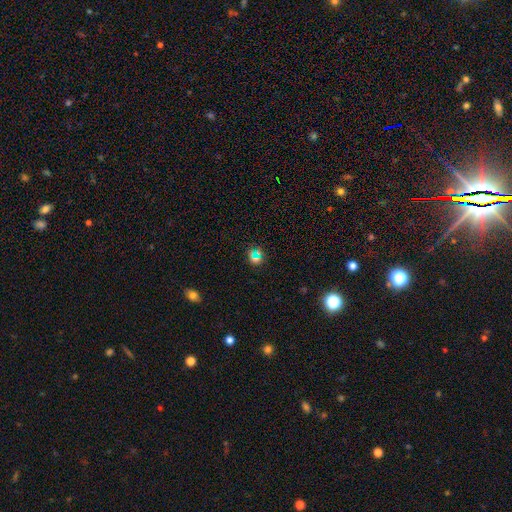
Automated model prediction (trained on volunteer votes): A star or artifact, not a galaxy (46%).

Vote fractions:
- Smooth or featured? star or artifact: 46% / smooth: 42% / featured or disk: 13%